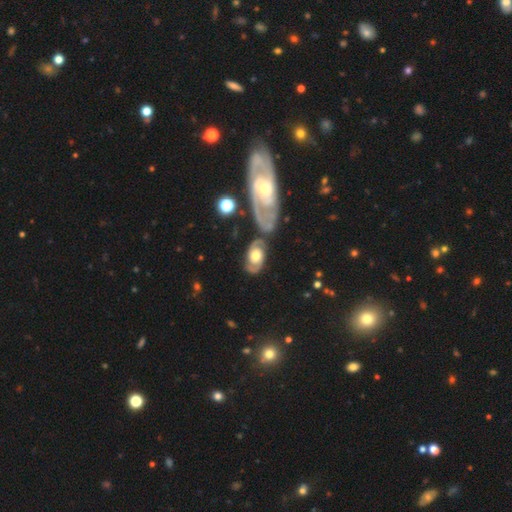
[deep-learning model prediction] featured or disk 74%, smooth 21%, star or artifact 5%. Down the decision tree: edge-on disk — no (95%); bar — no (73%); spiral arms — yes (85%); spiral arm count — 2 (85%); spiral winding — medium (44%); bulge size — moderate (51%); merging — none (57%).